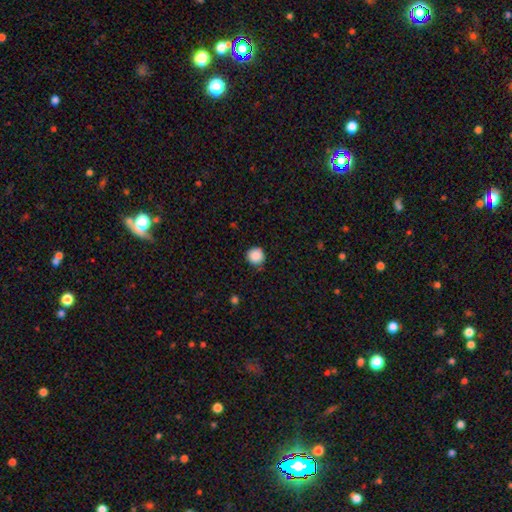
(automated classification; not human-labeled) This appears to be a smooth galaxy with no disk features (88%) that is round (95%). Merging: none (86%).